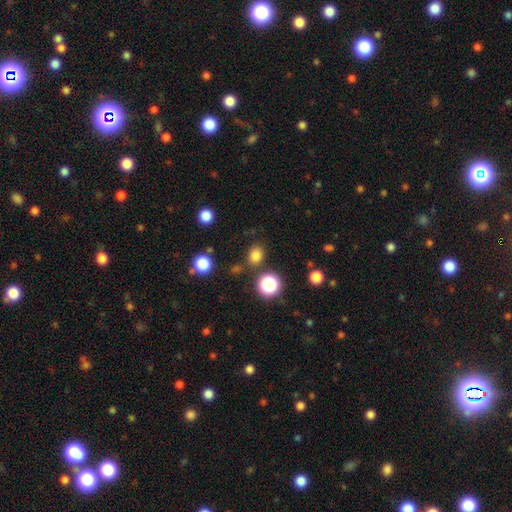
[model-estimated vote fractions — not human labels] This is likely a smooth galaxy (79%). How rounded: possibly round (60%). Merging: clearly none (81%).